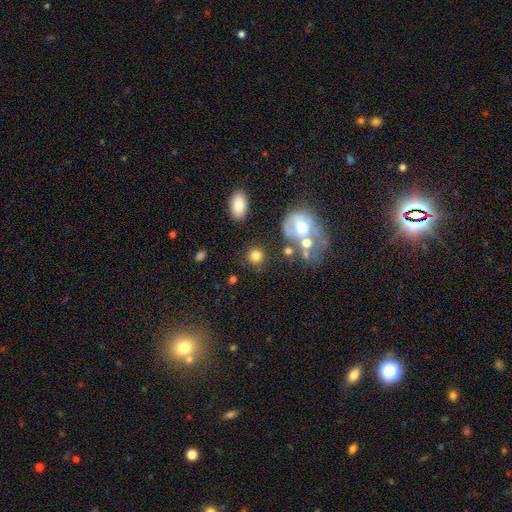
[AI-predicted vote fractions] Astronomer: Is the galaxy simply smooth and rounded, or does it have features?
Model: smooth — 79%.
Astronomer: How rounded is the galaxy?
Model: round — 86%.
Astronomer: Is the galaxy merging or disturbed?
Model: none — 75%.